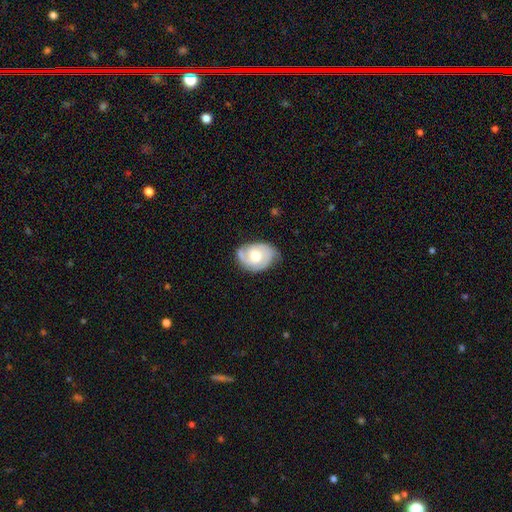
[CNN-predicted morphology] The model was most divided on "spiral winding": tight: 47%, medium: 40%, loose: 13%. More confident: edge-on disk — no (97%); spiral arms — yes (90%); smooth or featured — featured or disk (71%); bulge size — moderate (69%); bar — no (67%); merging — none (60%); spiral arm count — 2 (51%).